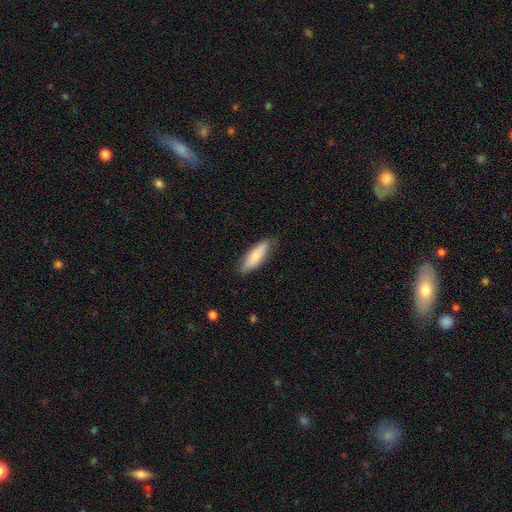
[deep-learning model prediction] smooth_or_featured: smooth (p=0.73) [alt: featured or disk p=0.21]
how_rounded: in between (p=0.54) [alt: cigar-shaped p=0.44]
merging: none (p=0.79) [alt: minor disturbance p=0.17]